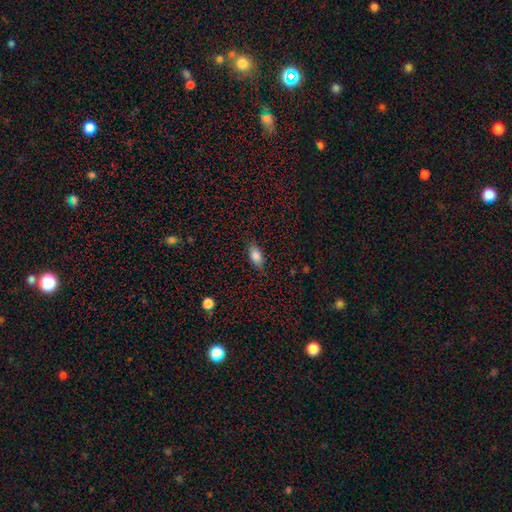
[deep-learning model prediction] smooth-or-featured: smooth: 83% | star or artifact: 9% | featured or disk: 8%
  how-rounded: in between: 88% | cigar-shaped: 7% | round: 5%
  merging: none: 83% | minor disturbance: 13% | major disturbance: 3% | merger: 1%